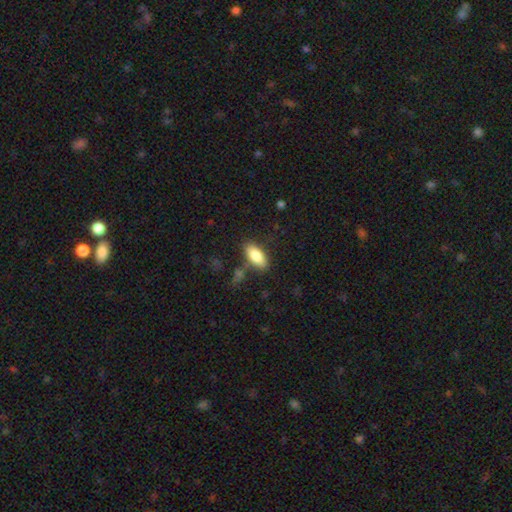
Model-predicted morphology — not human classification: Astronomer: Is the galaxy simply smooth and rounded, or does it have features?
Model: smooth — 84%.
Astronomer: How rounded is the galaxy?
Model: in between — 84%.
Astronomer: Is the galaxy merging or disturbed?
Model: none — 76%.